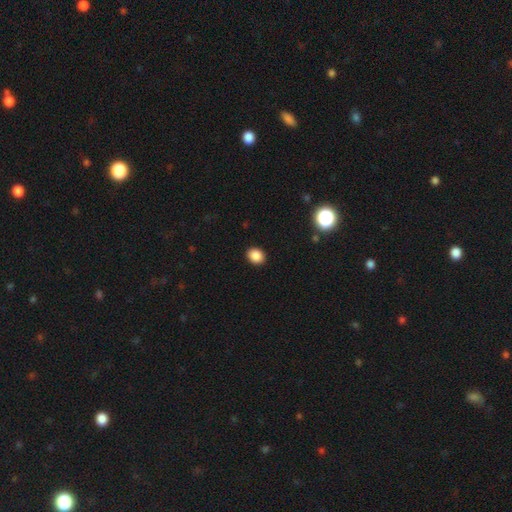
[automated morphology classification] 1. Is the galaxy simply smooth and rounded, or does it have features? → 87% smooth, 10% star or artifact, 3% featured or disk.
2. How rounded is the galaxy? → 63% round, 36% in between, 1% cigar-shaped.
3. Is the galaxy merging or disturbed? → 91% none, 6% minor disturbance, 2% major disturbance, 1% merger.